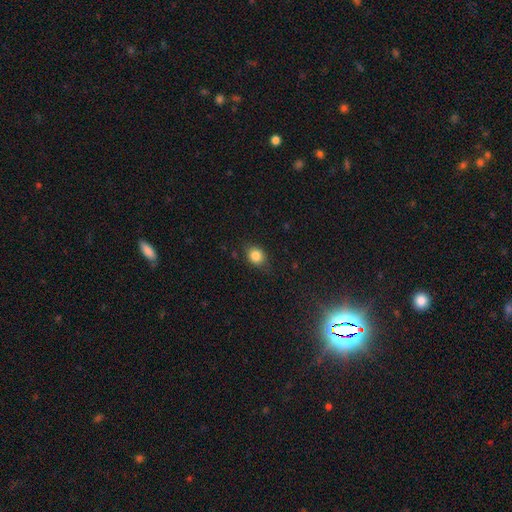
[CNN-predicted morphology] Overall: smooth (83%). How rounded: round (58%; in between 41%). Merging: none (76%).